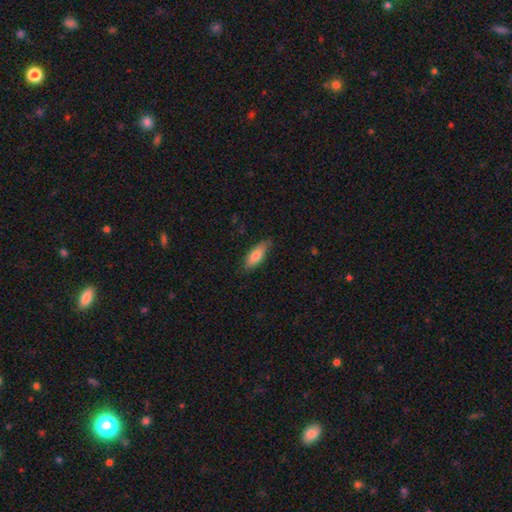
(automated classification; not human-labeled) Smooth or featured: smooth — 79% (featured or disk — 15%)
How rounded: in between — 68% (cigar-shaped — 30%)
Merging: none — 79% (minor disturbance — 17%)